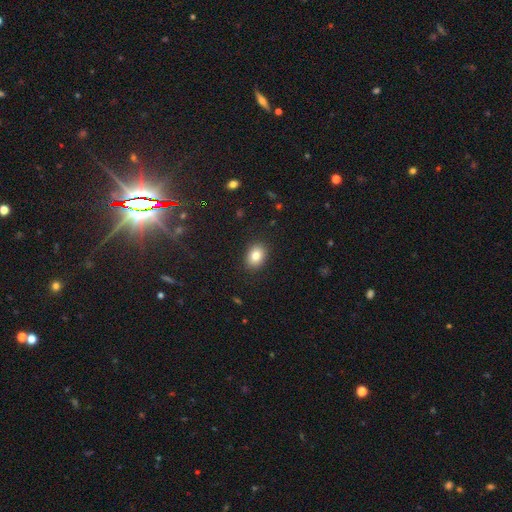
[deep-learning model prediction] This appears to be a smooth galaxy with no disk features (82%) that is in between round and cigar-shaped (64%). Merging: none (89%).